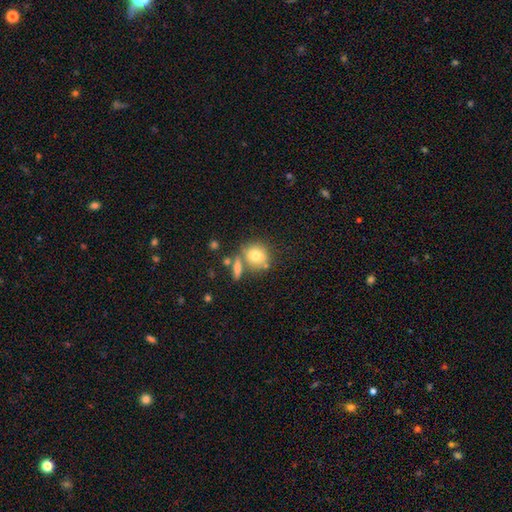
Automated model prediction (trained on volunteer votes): This is likely a smooth galaxy (77%). How rounded: likely round (78%). Merging: possibly none (59%).